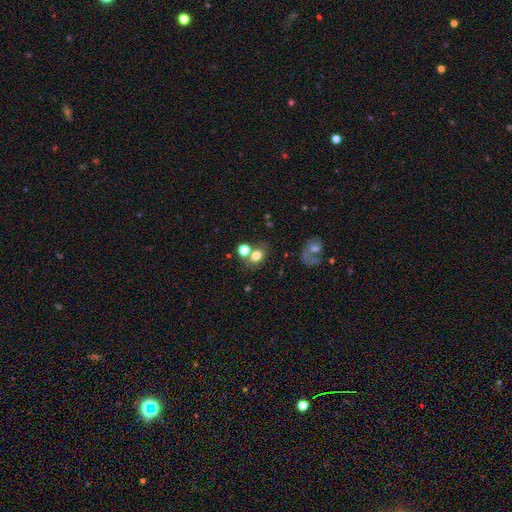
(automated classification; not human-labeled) Smooth or featured? Predicted: smooth (p=0.74). How rounded? Predicted: in between (p=0.51). Merging? Predicted: none (p=0.51).